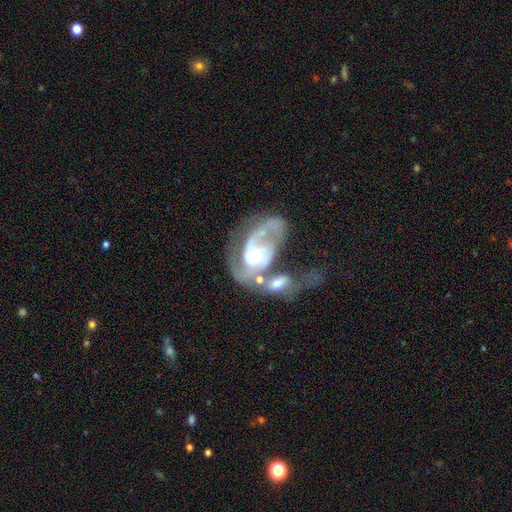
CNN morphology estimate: The model was most divided on "bulge size": small: 50%, moderate: 43%, large: 4%, none: 2%, dominant: 1%. Remaining: edge-on disk — no (97%); spiral arms — yes (89%); smooth or featured — featured or disk (83%); bar — no (60%); spiral arm count — 2 (56%); merging — merger (55%); spiral winding — medium (44%).